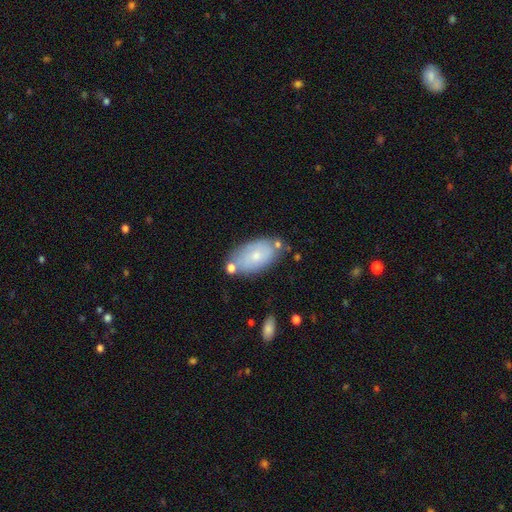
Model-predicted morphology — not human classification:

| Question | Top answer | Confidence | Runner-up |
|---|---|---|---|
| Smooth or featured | smooth | 66% | featured or disk (27%) |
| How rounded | in between | 94% | round (4%) |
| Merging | none | 65% | minor disturbance (20%) |